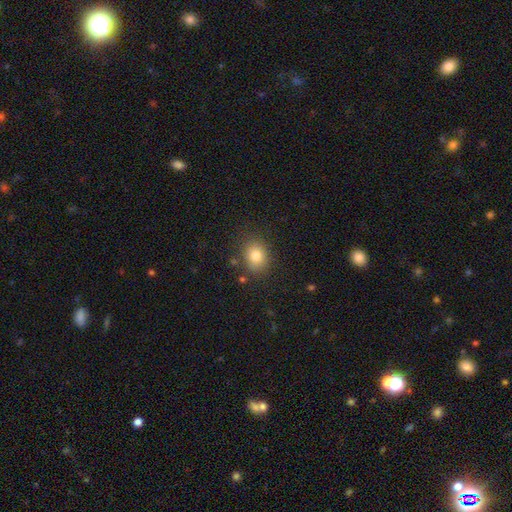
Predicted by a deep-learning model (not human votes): smooth-or-featured: smooth: 81% | star or artifact: 11% | featured or disk: 9%
  how-rounded: in between: 52% | round: 48% | cigar-shaped: 1%
  merging: none: 81% | minor disturbance: 13% | major disturbance: 4% | merger: 3%